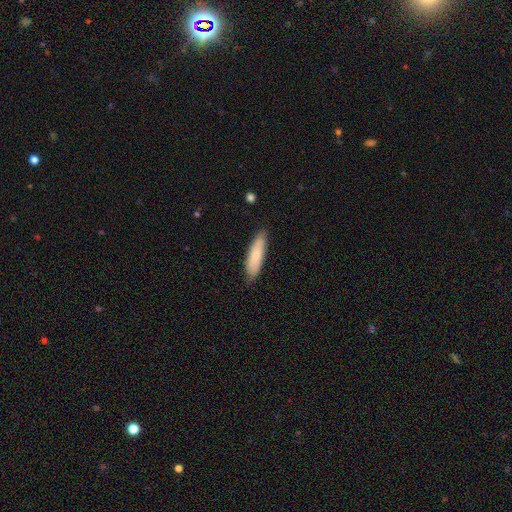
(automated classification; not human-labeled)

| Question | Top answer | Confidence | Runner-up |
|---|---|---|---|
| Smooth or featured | smooth | 81% | featured or disk (13%) |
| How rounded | cigar-shaped | 64% | in between (35%) |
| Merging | none | 83% | minor disturbance (14%) |